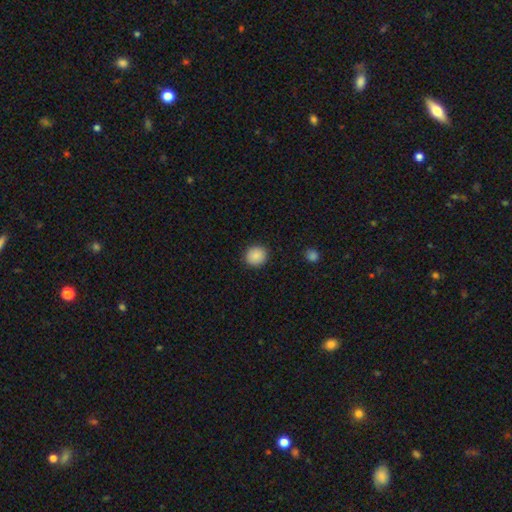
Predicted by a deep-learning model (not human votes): Smooth or featured?
  - smooth: 88% *
  - star or artifact: 8%
  - featured or disk: 4%
How rounded?
  - round: 87% *
  - in between: 12%
  - cigar-shaped: 1%
Merging?
  - none: 91% *
  - minor disturbance: 6%
  - major disturbance: 2%
  - merger: 1%